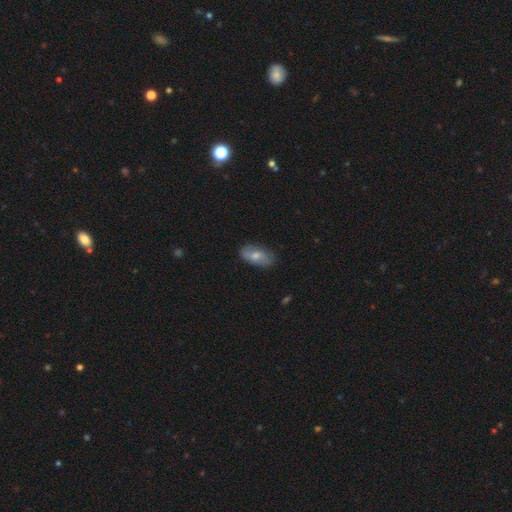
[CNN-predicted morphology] This is possibly a smooth galaxy (57%). How rounded: clearly in between (90%). Merging: likely none (77%).